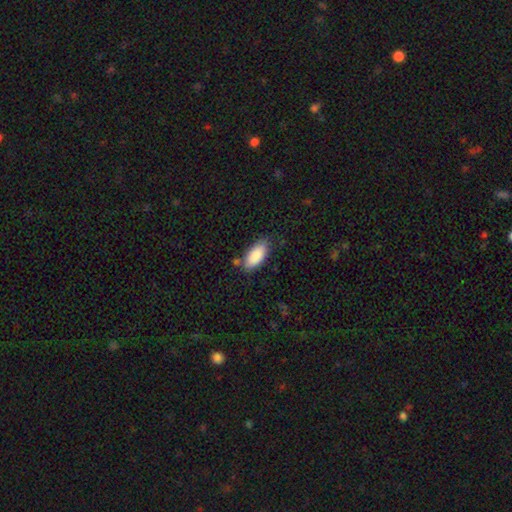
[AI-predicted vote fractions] Smooth or featured? smooth (88%)
How rounded? in between (89%)
Merging? none (72%)